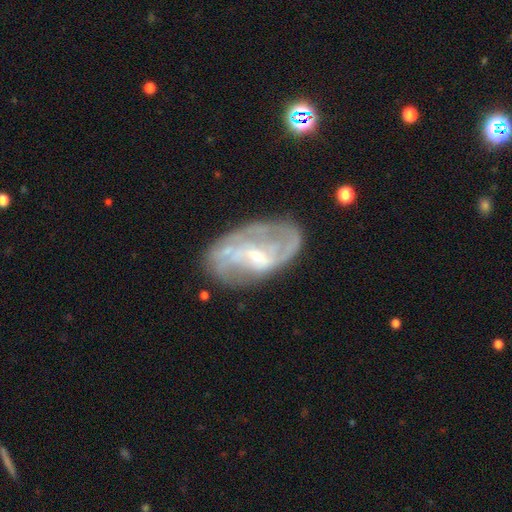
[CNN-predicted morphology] A featured or disk galaxy (78%) with a weak bar (47%), 2 (47%) medium (41%) spiral arms (81%) and a small central bulge (67%).

Vote fractions:
- Smooth or featured? featured or disk: 78% / smooth: 15% / star or artifact: 7%
- Edge-on disk? no: 96% / yes: 4%
- Bar? weak: 47% / no: 33% / strong: 20%
- Spiral arms? yes: 81% / no: 19%
- Spiral winding? medium: 41% / tight: 32% / loose: 27%
- Spiral arm count? 2: 47% / can't tell: 32% / 3: 9% / 1: 6% / 4: 4% / more than 4: 3%
- Bulge size? small: 67% / moderate: 26% / none: 5% / large: 2% / dominant: 1%
- Merging? none: 63% / minor disturbance: 21% / major disturbance: 13% / merger: 3%